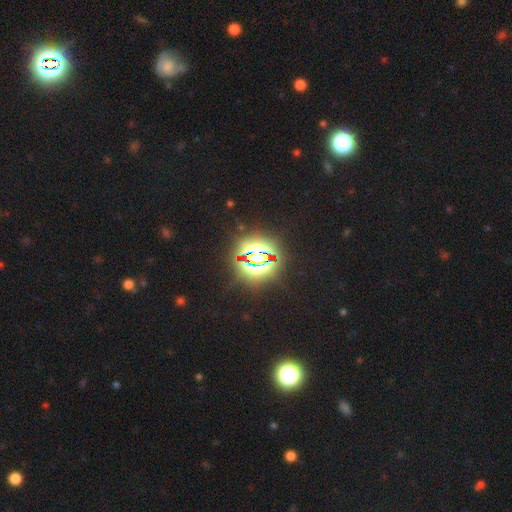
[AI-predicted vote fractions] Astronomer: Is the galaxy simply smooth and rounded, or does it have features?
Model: star or artifact — 83%.